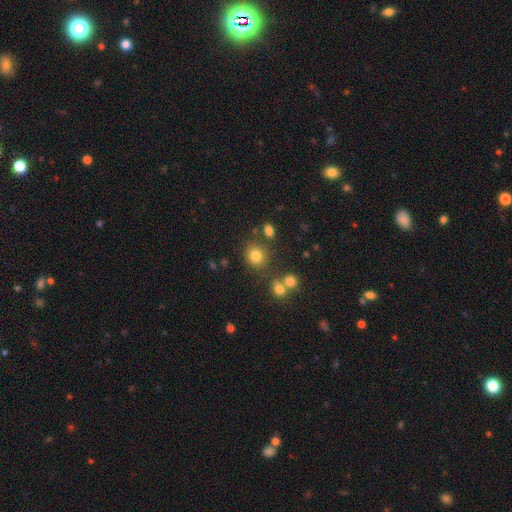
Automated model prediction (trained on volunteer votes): A smooth galaxy with no disk features (79%) that is round (83%).

Vote fractions:
- Smooth or featured? smooth: 79% / star or artifact: 14% / featured or disk: 7%
- How rounded? round: 83% / in between: 16% / cigar-shaped: 1%
- Merging? none: 76% / minor disturbance: 10% / merger: 10% / major disturbance: 4%